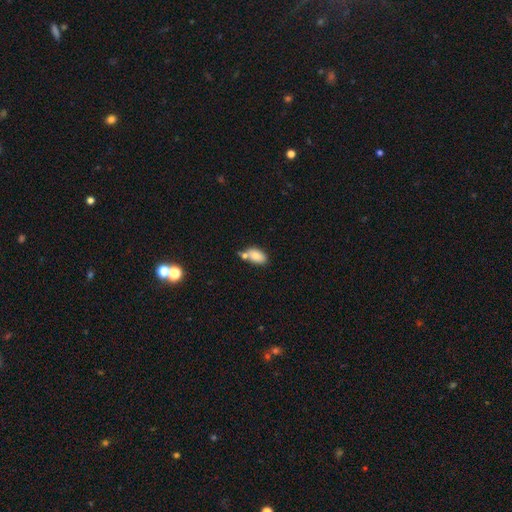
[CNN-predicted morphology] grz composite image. It shows a smooth galaxy with no disk features (82%) that is in between round and cigar-shaped (92%). Merging: none (49%).